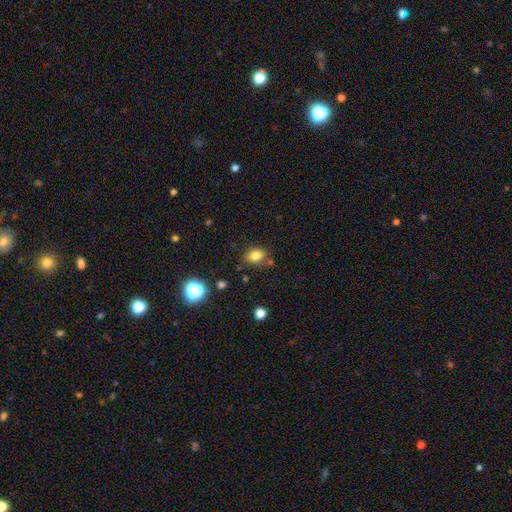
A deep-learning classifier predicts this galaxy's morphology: smooth_or_featured: smooth (p=0.79) [alt: star or artifact p=0.12]
how_rounded: in between (p=0.72) [alt: round p=0.25]
merging: none (p=0.76) [alt: minor disturbance p=0.15]